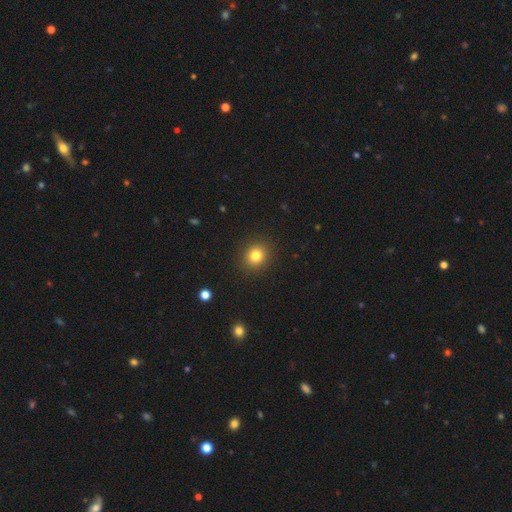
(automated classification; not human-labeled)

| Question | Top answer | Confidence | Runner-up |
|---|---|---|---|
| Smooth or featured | smooth | 82% | star or artifact (12%) |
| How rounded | round | 80% | in between (20%) |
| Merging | none | 91% | minor disturbance (6%) |